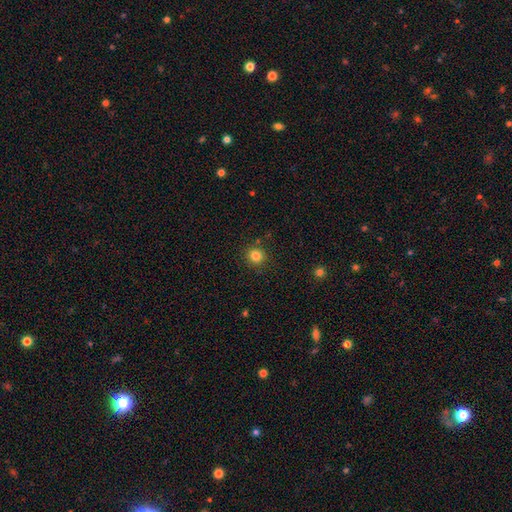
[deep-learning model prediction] smooth-or-featured: smooth: 82% | star or artifact: 13% | featured or disk: 5%
  how-rounded: round: 93% | in between: 6% | cigar-shaped: 1%
  merging: none: 89% | minor disturbance: 7% | merger: 2% | major disturbance: 2%